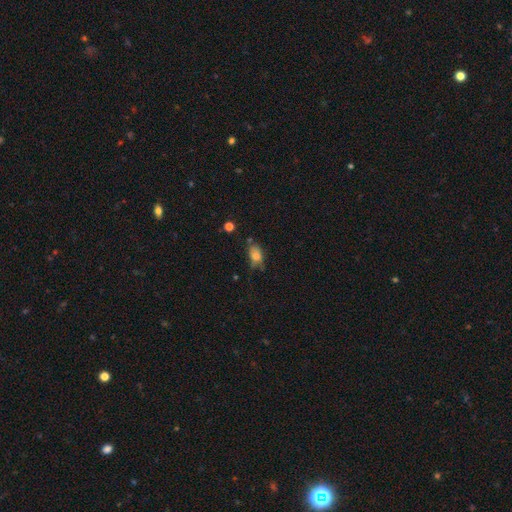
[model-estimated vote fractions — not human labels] A smooth galaxy with no disk features (71%) that is in between round and cigar-shaped (83%). Merging: none (51%).